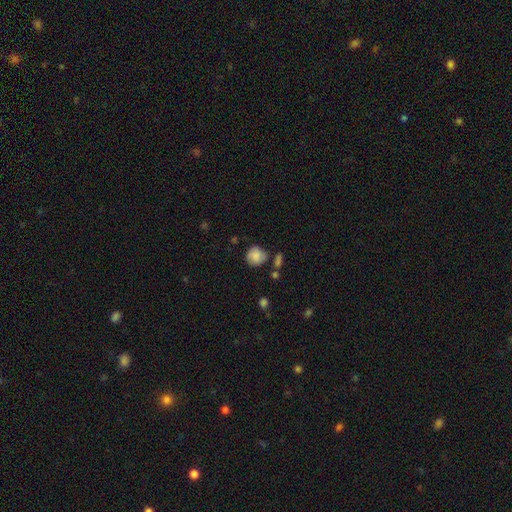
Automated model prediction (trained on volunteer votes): Smooth or featured: smooth — 78% (featured or disk — 14%)
How rounded: round — 86% (in between — 13%)
Merging: none — 66% (minor disturbance — 21%)